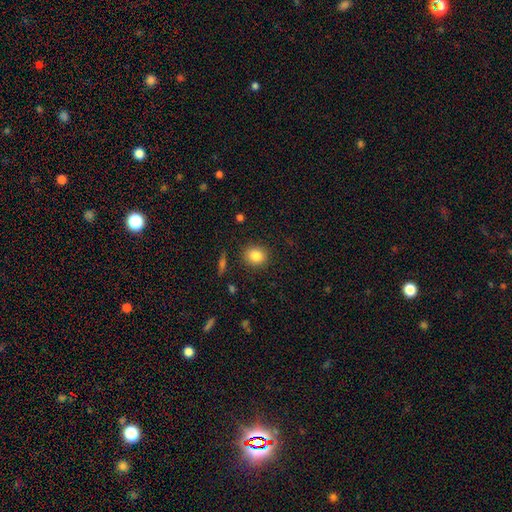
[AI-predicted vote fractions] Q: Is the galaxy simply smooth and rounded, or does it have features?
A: smooth — 84%.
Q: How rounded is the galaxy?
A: round — 77%.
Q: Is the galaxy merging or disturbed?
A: none — 89%.